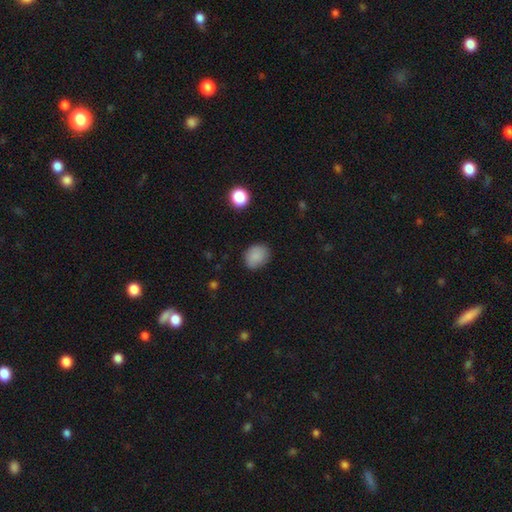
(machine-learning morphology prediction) type=smooth (86%); roundness=in between (54%); merging=none (80%).